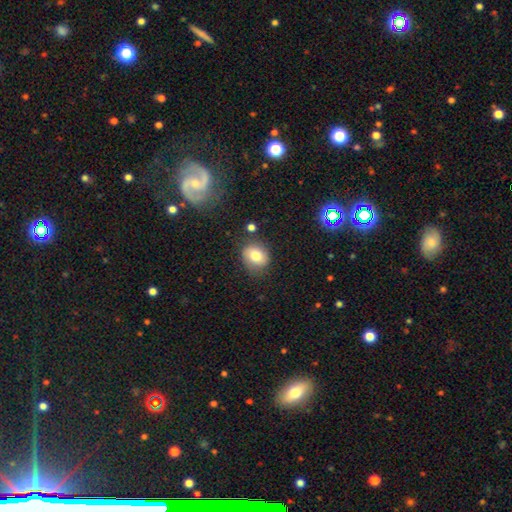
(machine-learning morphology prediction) This appears to be a smooth galaxy with no disk features (78%) that is round (65%). Merging: none (76%).